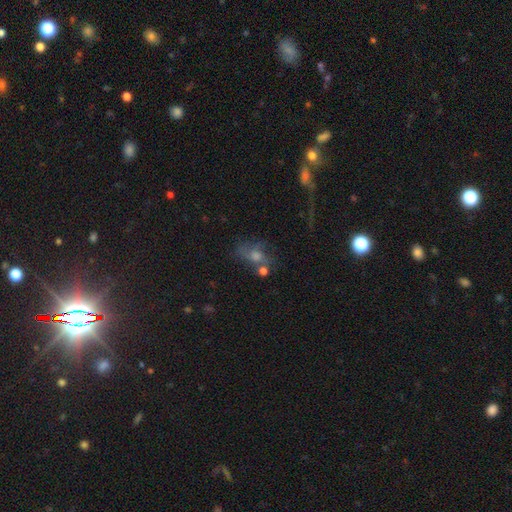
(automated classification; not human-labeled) Smooth or featured? Predicted: smooth (p=0.38). Merging? Predicted: none (p=0.37).